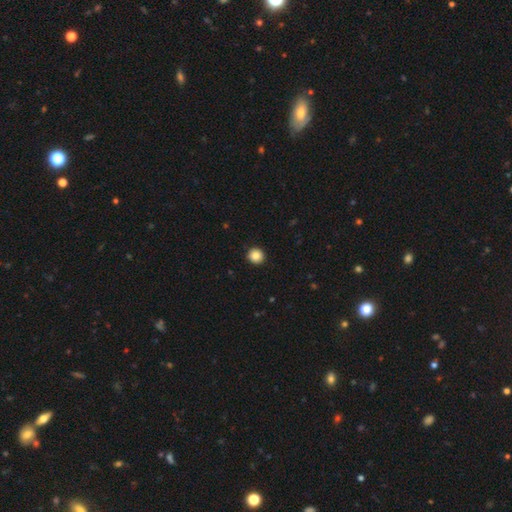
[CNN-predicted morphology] smooth_or_featured: smooth (p=0.85) [alt: star or artifact p=0.09]
how_rounded: round (p=0.93) [alt: in between p=0.06]
merging: none (p=0.93) [alt: minor disturbance p=0.04]